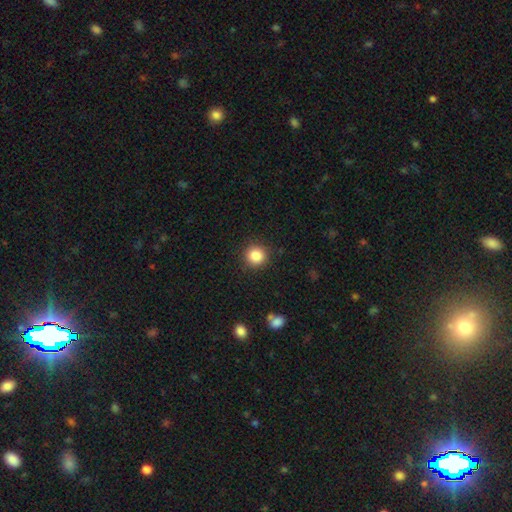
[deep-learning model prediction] This is clearly a smooth galaxy (85%). How rounded: clearly round (94%). Merging: clearly none (90%).